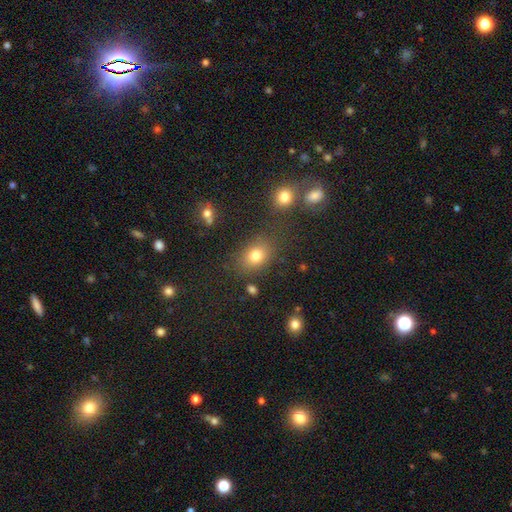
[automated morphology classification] A smooth galaxy with no disk features (77%) that is in between round and cigar-shaped (60%).

Vote fractions:
- Smooth or featured? smooth: 77% / star or artifact: 14% / featured or disk: 9%
- How rounded? in between: 60% / round: 39% / cigar-shaped: 1%
- Merging? none: 76% / minor disturbance: 13% / merger: 7% / major disturbance: 5%